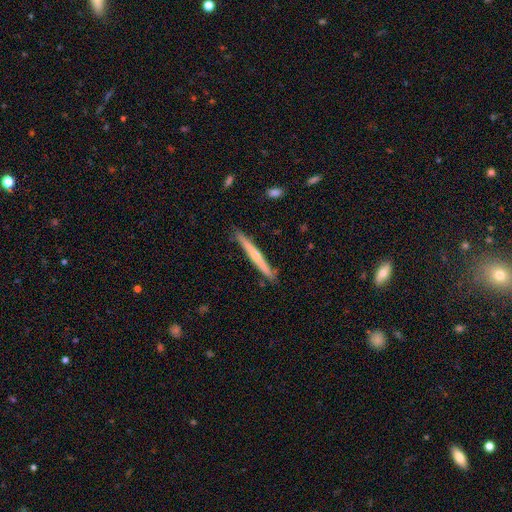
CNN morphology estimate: featured or disk 62%, smooth 32%, star or artifact 6%. Down the decision tree: edge-on disk — yes (97%); edge-on bulge — rounded (72%); merging — none (87%).